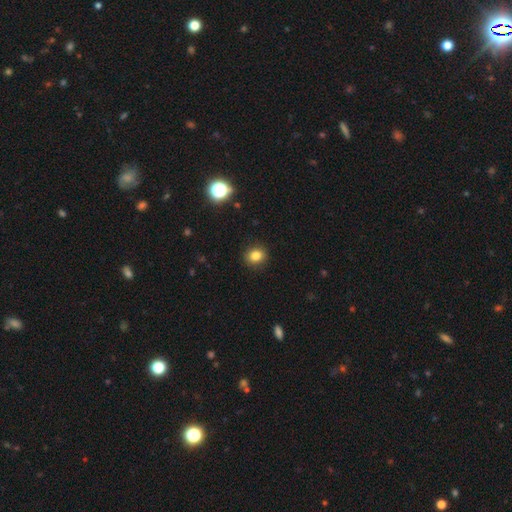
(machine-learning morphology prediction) Smooth or featured?
  - smooth: 83% *
  - star or artifact: 12%
  - featured or disk: 5%
How rounded?
  - round: 75% *
  - in between: 24%
  - cigar-shaped: 1%
Merging?
  - none: 91% *
  - minor disturbance: 6%
  - major disturbance: 2%
  - merger: 1%